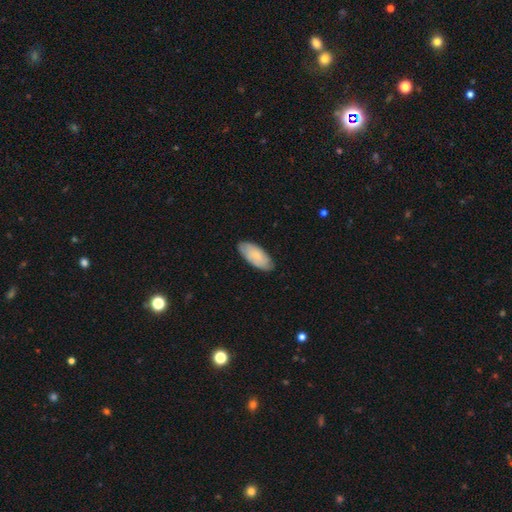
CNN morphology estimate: Smooth or featured? Predicted: smooth (p=0.72). How rounded? Predicted: in between (p=0.90). Merging? Predicted: none (p=0.81).